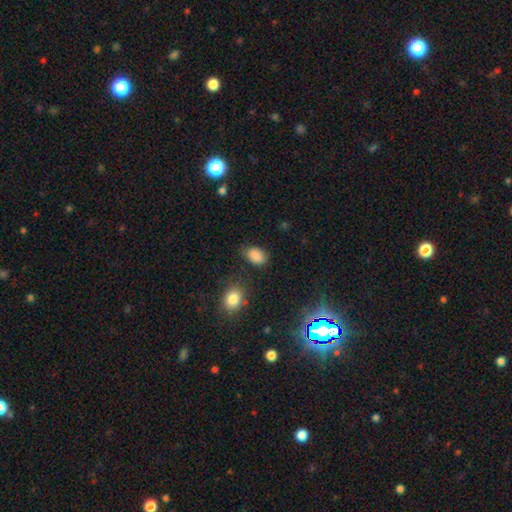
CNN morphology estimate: Overall: smooth (87%). How rounded: in between (85%). Merging: none (78%).